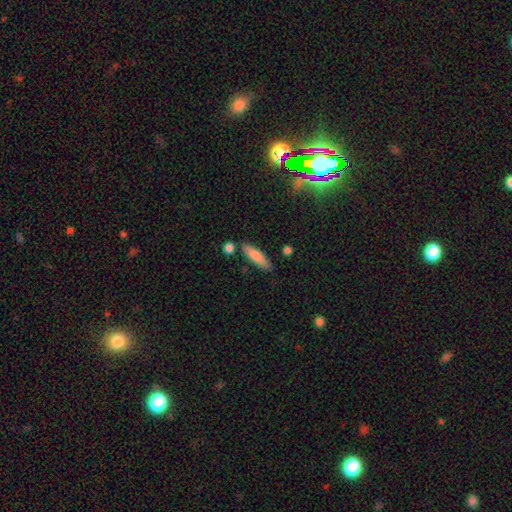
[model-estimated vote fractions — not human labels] Q: Smooth or featured?
A: smooth (80%); runner-up: featured or disk (13%)
Q: How rounded?
A: cigar-shaped (63%); runner-up: in between (35%)
Q: Merging?
A: none (79%); runner-up: minor disturbance (12%)